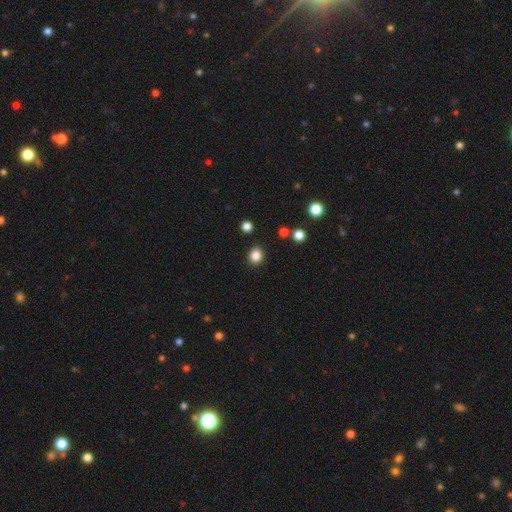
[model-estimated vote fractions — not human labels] Overall: smooth (85%). How rounded: round (81%). Merging: none (90%).